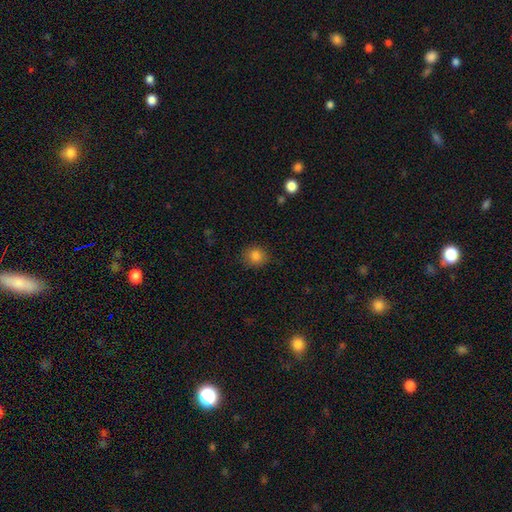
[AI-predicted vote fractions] This appears to be a smooth galaxy with no disk features (84%) that is round (83%). Merging: none (86%).